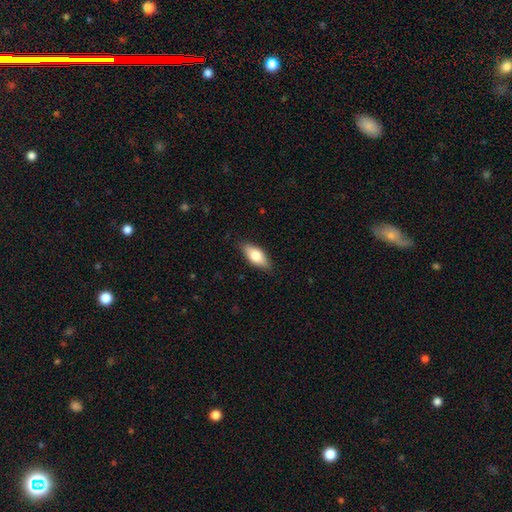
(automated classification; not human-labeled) Morphology: type=smooth (70%); roundness=in between (81%); merging=none (85%).